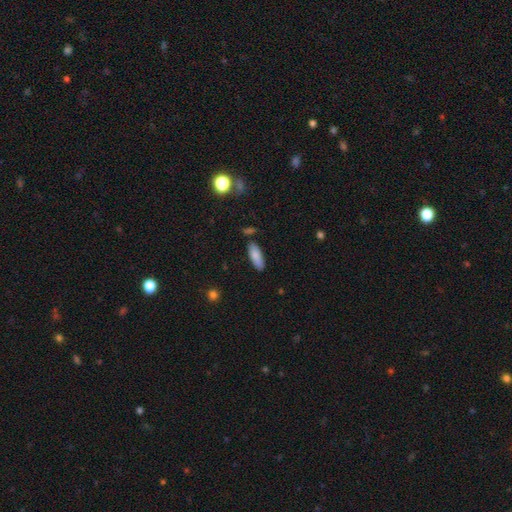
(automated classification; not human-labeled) Smooth or featured? Predicted: smooth (p=0.82). How rounded? Predicted: in between (p=0.65). Merging? Predicted: none (p=0.81).